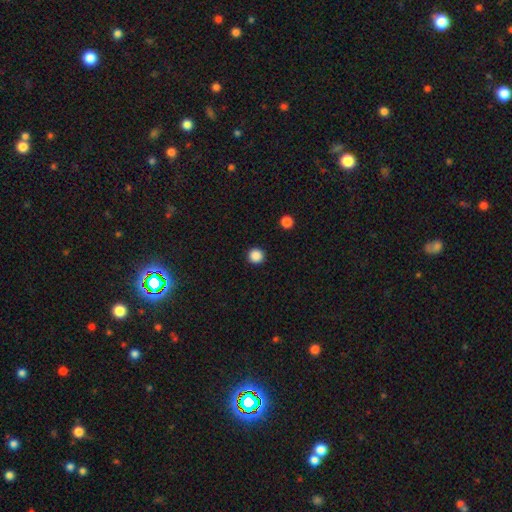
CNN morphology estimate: type=smooth (87%); roundness=round (96%); merging=none (93%).